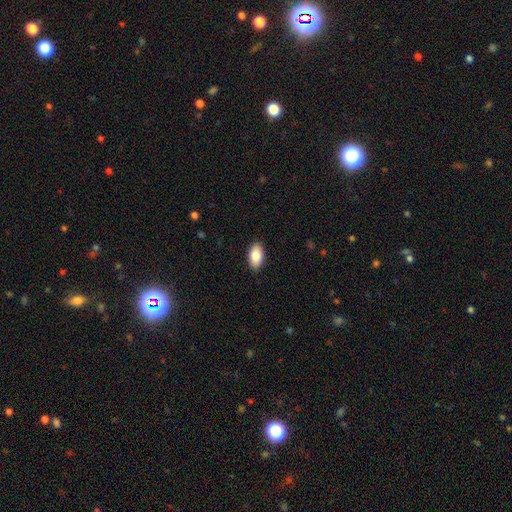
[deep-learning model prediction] smooth-or-featured: smooth: 84% | featured or disk: 9% | star or artifact: 7%
  how-rounded: in between: 94% | round: 4% | cigar-shaped: 3%
  merging: none: 90% | minor disturbance: 8% | major disturbance: 2% | merger: 1%